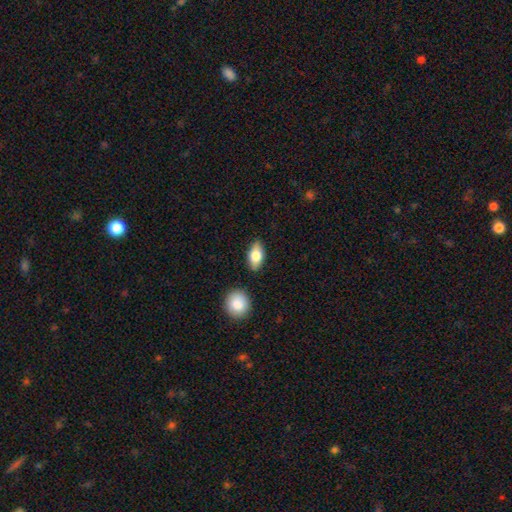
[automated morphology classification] This appears to be a smooth galaxy with no disk features (74%) that is in between round and cigar-shaped (87%). Merging: none (83%).